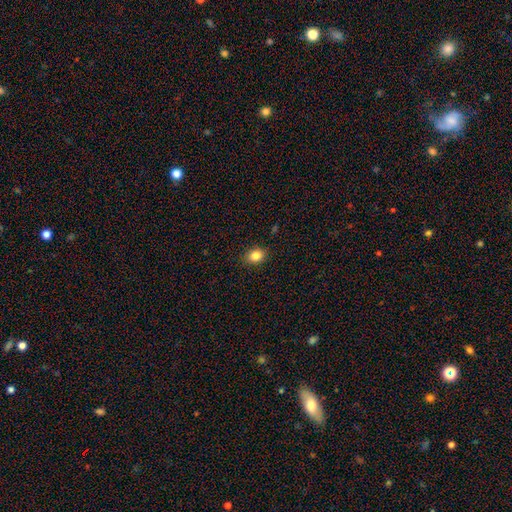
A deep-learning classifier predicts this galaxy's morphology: Smooth or featured? Predicted: smooth (p=0.84). How rounded? Predicted: in between (p=0.52). Merging? Predicted: none (p=0.89).